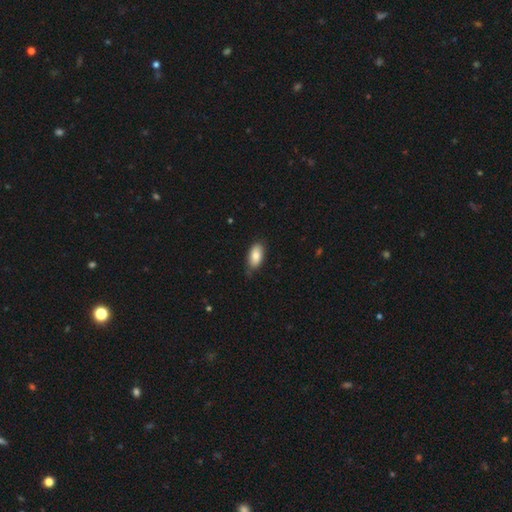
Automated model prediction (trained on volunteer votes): The model was most divided on "merging": none: 73%, minor disturbance: 22%, major disturbance: 3%, merger: 1%. More confident: how rounded — in between (92%); smooth or featured — smooth (84%).